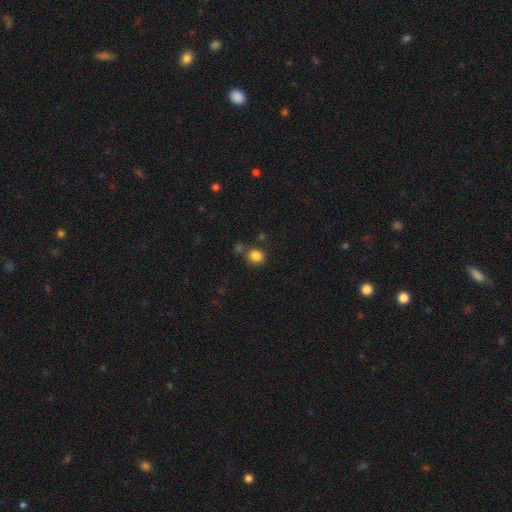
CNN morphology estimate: smooth 84%, star or artifact 11%, featured or disk 5%. Down the decision tree: how rounded — round (73%); merging — none (74%).